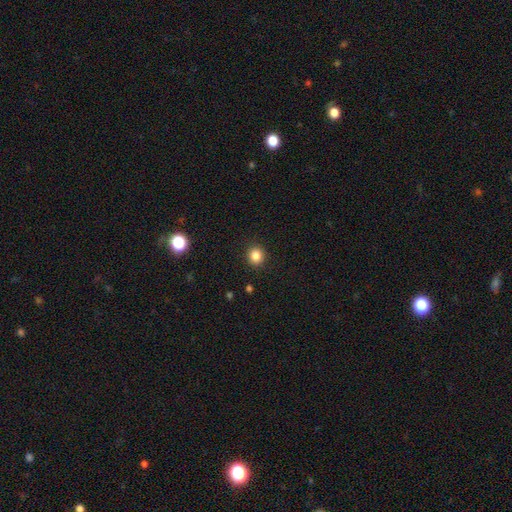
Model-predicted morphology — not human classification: smooth 85%, star or artifact 11%, featured or disk 4%. Down the decision tree: how rounded — round (89%); merging — none (91%).